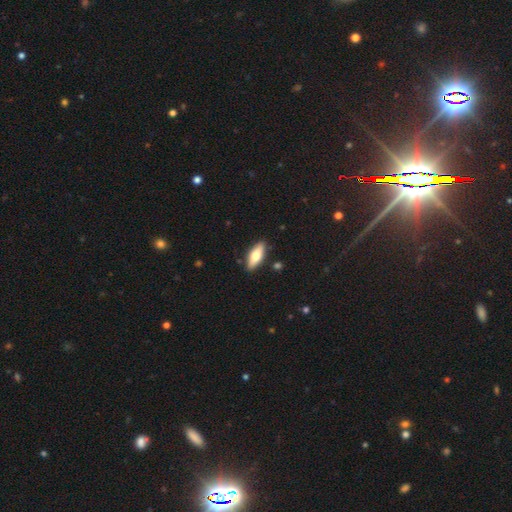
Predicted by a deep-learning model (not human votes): Q: Smooth or featured?
A: smooth (67%); runner-up: featured or disk (28%)
Q: How rounded?
A: in between (66%); runner-up: cigar-shaped (31%)
Q: Merging?
A: none (87%); runner-up: minor disturbance (9%)